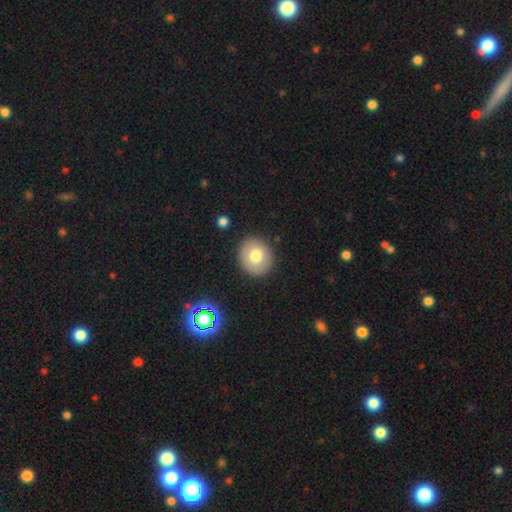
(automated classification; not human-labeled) Smooth or featured: smooth — 73% (featured or disk — 18%)
How rounded: round — 83% (in between — 17%)
Merging: none — 90% (minor disturbance — 7%)